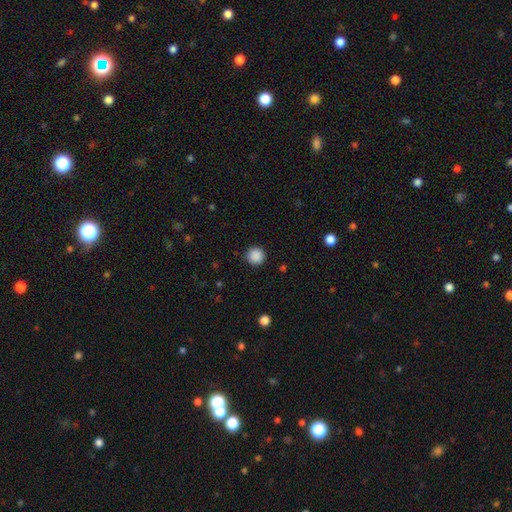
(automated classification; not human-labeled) This appears to be a smooth galaxy with no disk features (88%) that is round (95%). Merging: none (91%).